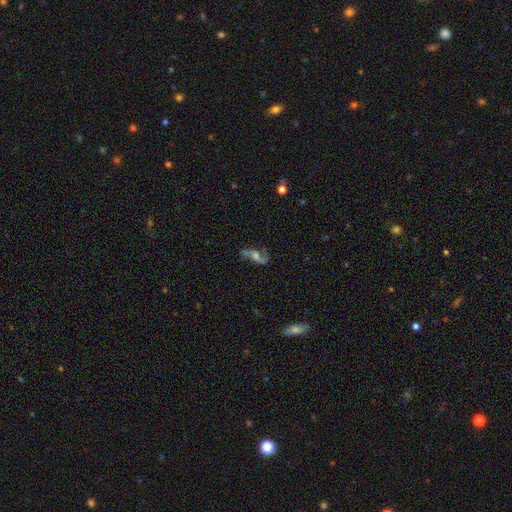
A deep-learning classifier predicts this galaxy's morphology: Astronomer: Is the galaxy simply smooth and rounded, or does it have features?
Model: featured or disk — 80%.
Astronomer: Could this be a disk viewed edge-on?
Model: no — 93%.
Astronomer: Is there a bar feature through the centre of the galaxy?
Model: no — 47% (runner-up: weak, 38%).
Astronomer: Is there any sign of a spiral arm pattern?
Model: yes — 93%.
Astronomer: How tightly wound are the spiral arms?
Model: loose — 69%.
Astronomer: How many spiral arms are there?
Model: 2 — 90%.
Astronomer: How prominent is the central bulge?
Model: moderate — 48% (runner-up: small, 25%).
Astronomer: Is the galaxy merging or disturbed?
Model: none — 65%.